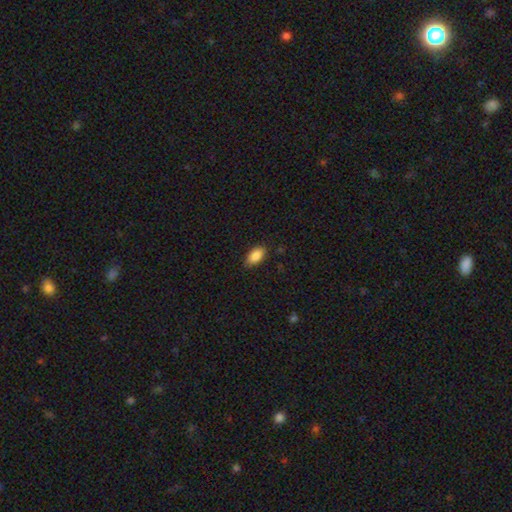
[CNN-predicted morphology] Smooth or featured?
  - smooth: 88% *
  - star or artifact: 7%
  - featured or disk: 5%
How rounded?
  - in between: 93% *
  - round: 4%
  - cigar-shaped: 3%
Merging?
  - none: 84% *
  - minor disturbance: 13%
  - major disturbance: 2%
  - merger: 1%